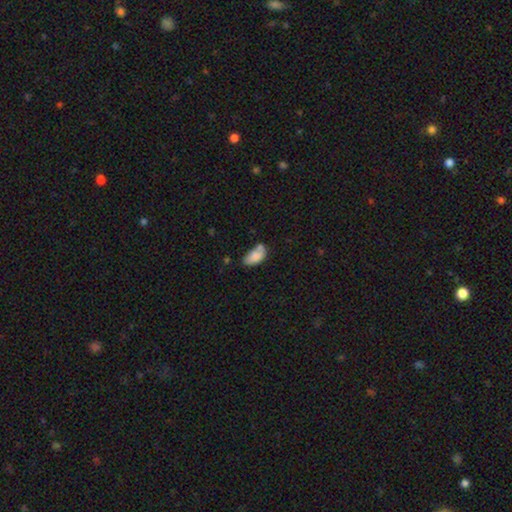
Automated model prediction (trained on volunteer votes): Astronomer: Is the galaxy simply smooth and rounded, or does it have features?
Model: smooth — 80%.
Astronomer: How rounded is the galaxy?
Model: in between — 93%.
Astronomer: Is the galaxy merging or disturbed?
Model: none — 44% (runner-up: minor disturbance, 28%).